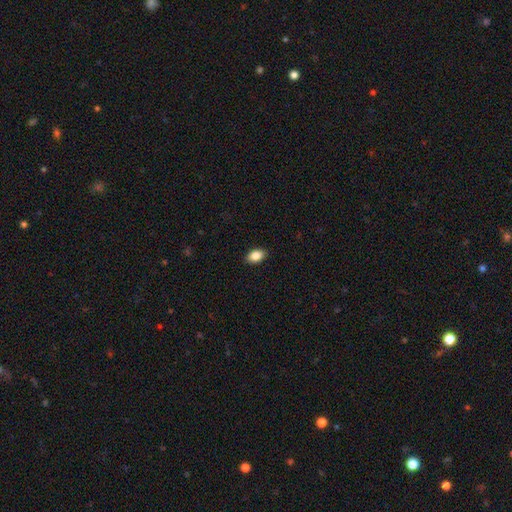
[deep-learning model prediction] A smooth galaxy with no disk features (86%) that is in between round and cigar-shaped (87%).

Vote fractions:
- Smooth or featured? smooth: 86% / star or artifact: 8% / featured or disk: 6%
- How rounded? in between: 87% / round: 11% / cigar-shaped: 2%
- Merging? none: 88% / minor disturbance: 9% / major disturbance: 2% / merger: 1%